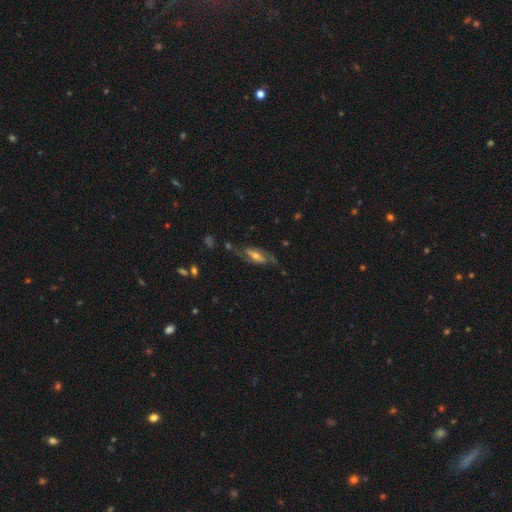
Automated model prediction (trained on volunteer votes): This is likely a featured or disk galaxy (77%). It is clearly not viewed edge-on (87%). Bar: marginally weak (38%). Spiral arm pattern: clearly yes (89%). Spiral arm count: clearly 2 (87%). Spiral winding: marginally medium (43%). Central bulge: possibly moderate (51%). Merging: likely none (68%).